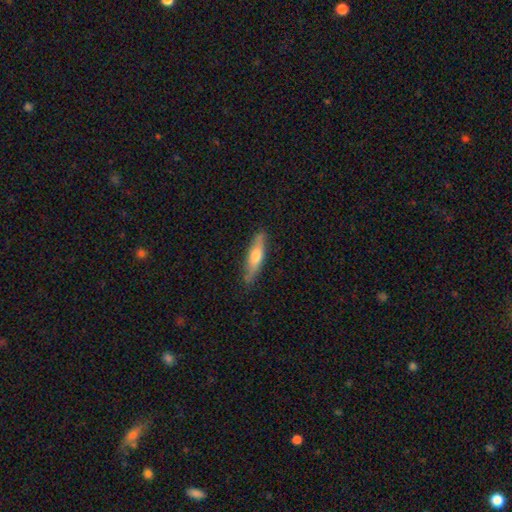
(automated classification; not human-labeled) Smooth or featured? smooth (55%)
How rounded? cigar-shaped (72%)
Merging? none (83%)